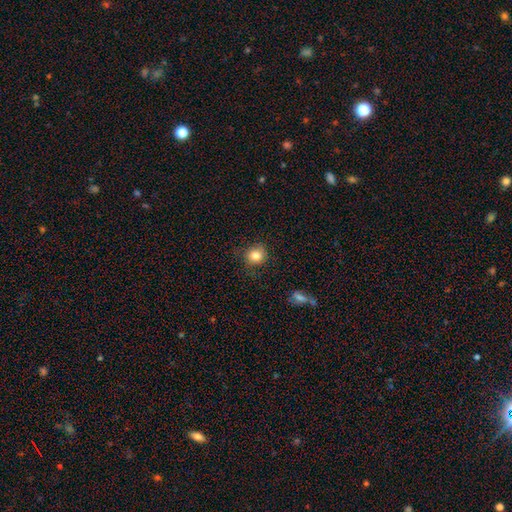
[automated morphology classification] A smooth galaxy with no disk features (83%) that is round (83%).

Vote fractions:
- Smooth or featured? smooth: 83% / star or artifact: 11% / featured or disk: 6%
- How rounded? round: 83% / in between: 16% / cigar-shaped: 1%
- Merging? none: 80% / minor disturbance: 14% / major disturbance: 4% / merger: 1%